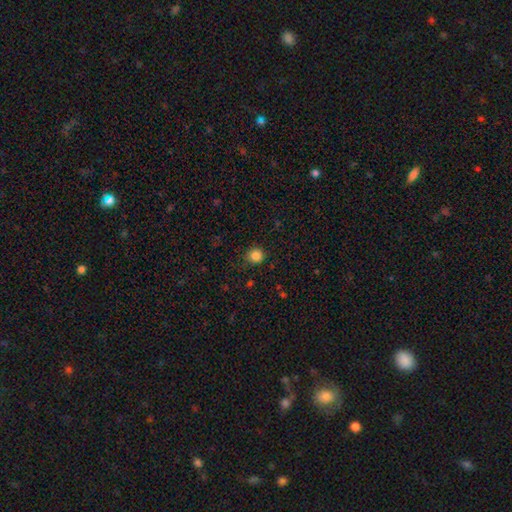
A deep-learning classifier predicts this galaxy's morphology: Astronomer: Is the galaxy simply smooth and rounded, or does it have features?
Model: smooth — 84%.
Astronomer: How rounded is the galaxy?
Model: round — 91%.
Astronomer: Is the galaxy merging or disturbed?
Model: none — 86%.